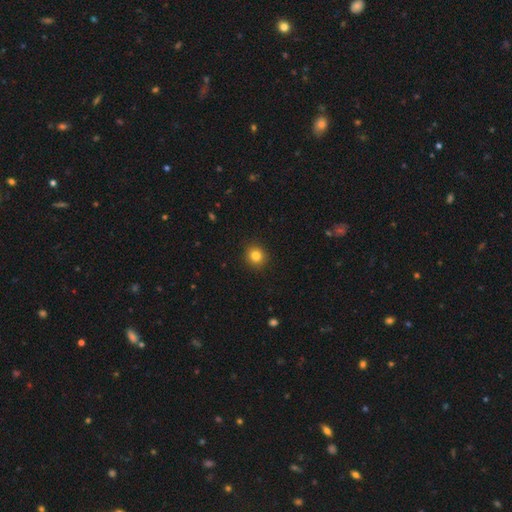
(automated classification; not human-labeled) smooth-or-featured: smooth: 82% | star or artifact: 12% | featured or disk: 6%
  how-rounded: round: 87% | in between: 12% | cigar-shaped: 1%
  merging: none: 92% | minor disturbance: 5% | major disturbance: 2% | merger: 1%